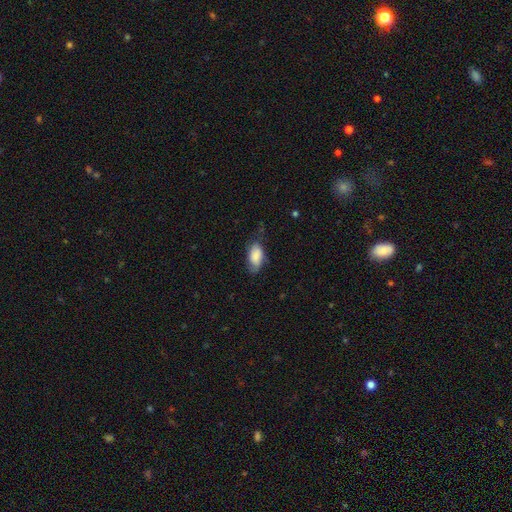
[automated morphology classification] A smooth galaxy with no disk features (81%) that is in between round and cigar-shaped (92%).

Vote fractions:
- Smooth or featured? smooth: 81% / featured or disk: 13% / star or artifact: 7%
- How rounded? in between: 92% / cigar-shaped: 5% / round: 3%
- Merging? none: 56% / minor disturbance: 32% / major disturbance: 11% / merger: 2%